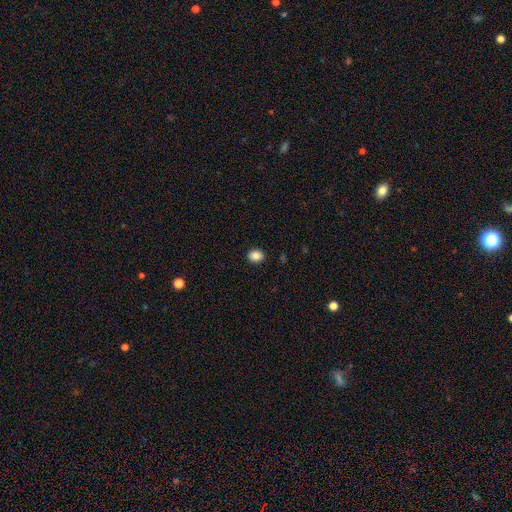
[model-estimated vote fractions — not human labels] This is clearly a smooth galaxy (86%). How rounded: possibly round (58%). Merging: clearly none (91%).